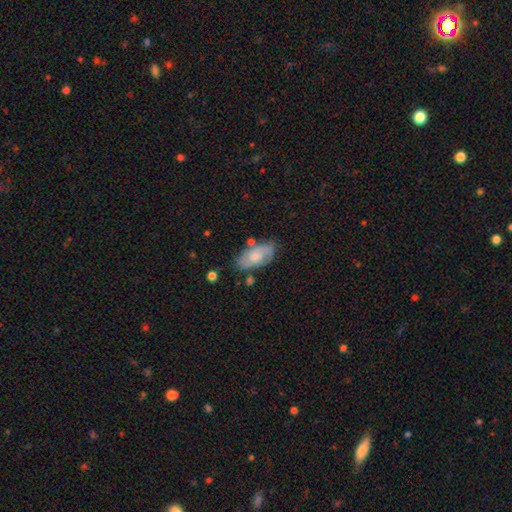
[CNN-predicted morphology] Overall: featured or disk (57%; smooth 36%). Edge-on disk: no (93%). Bar: no (63%; weak 32%). Spiral arms: yes (86%). Bulge size: small (48%; moderate 36%). Merging: none (71%).